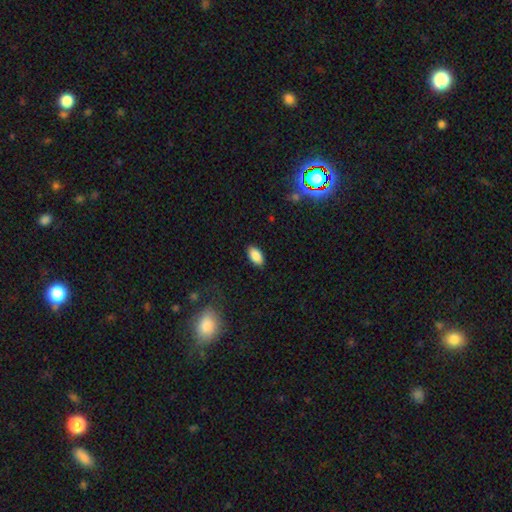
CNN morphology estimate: smooth 87%, star or artifact 8%, featured or disk 5%. Down the decision tree: how rounded — in between (93%); merging — none (88%).